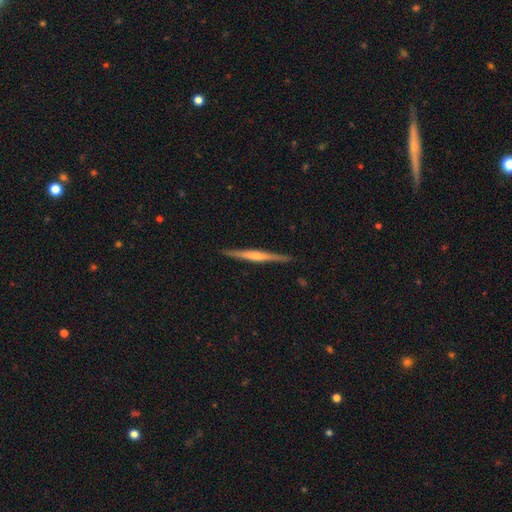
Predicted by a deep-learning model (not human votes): Smooth or featured: featured or disk — 60% (smooth — 35%)
Edge-on disk: yes — 97% (no — 3%)
Edge-on bulge: none — 47% (rounded — 32%)
Merging: none — 90% (minor disturbance — 8%)